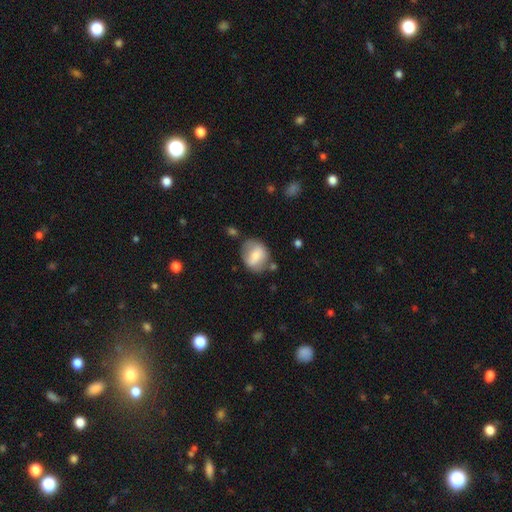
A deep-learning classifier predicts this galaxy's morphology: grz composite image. It shows a smooth galaxy with no disk features (63%) that is round (62%). Merging: none (65%).